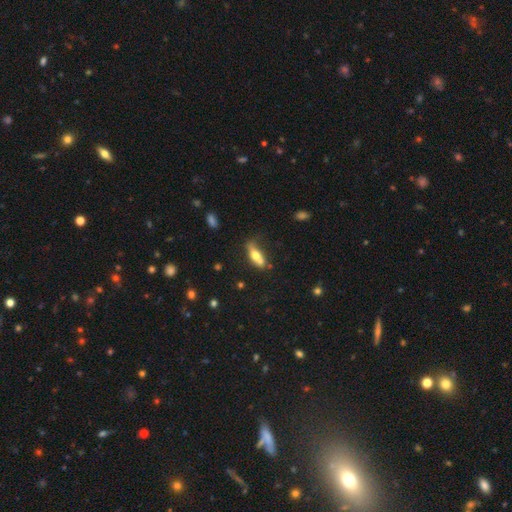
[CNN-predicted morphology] A smooth galaxy with no disk features (55%) that is in between round and cigar-shaped (55%).

Vote fractions:
- Smooth or featured? smooth: 55% / featured or disk: 38% / star or artifact: 7%
- How rounded? in between: 55% / cigar-shaped: 41% / round: 4%
- Merging? none: 52% / minor disturbance: 24% / merger: 14% / major disturbance: 10%